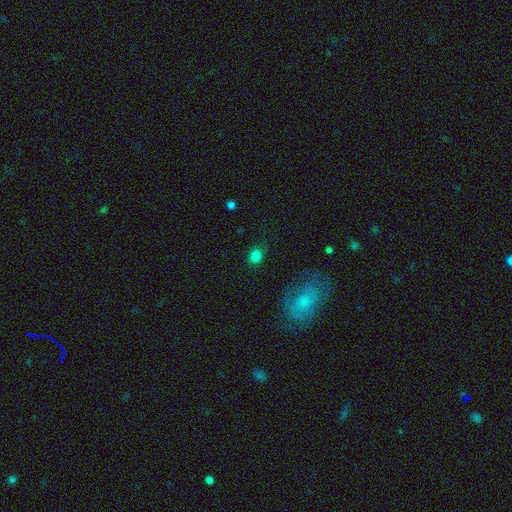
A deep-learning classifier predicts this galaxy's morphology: A smooth galaxy with no disk features (81%) that is round (56%). Merging: none (81%).